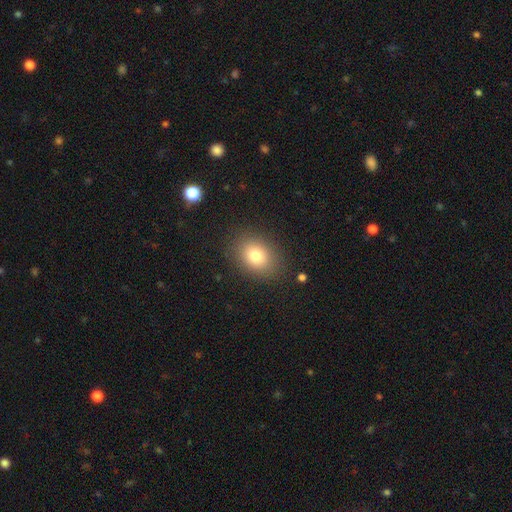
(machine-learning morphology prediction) Smooth or featured? smooth (80%)
How rounded? in between (63%)
Merging? none (85%)